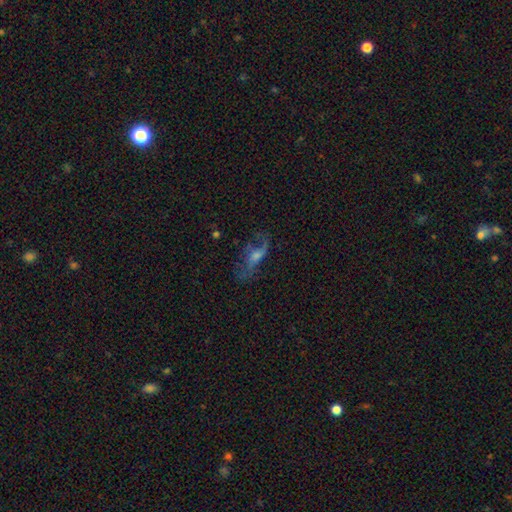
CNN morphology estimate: A featured or disk galaxy (60%). Merging: none (52%).